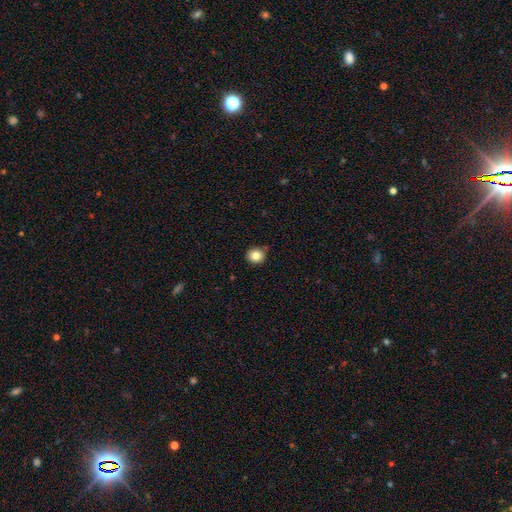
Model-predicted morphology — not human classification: A smooth galaxy with no disk features (83%) that is round (90%). Merging: none (82%).